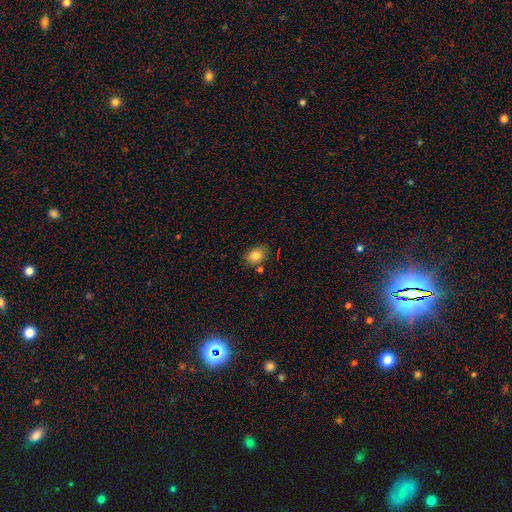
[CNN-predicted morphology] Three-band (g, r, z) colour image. It shows a smooth galaxy with no disk features (81%) that is in between round and cigar-shaped (70%). Merging: none (72%).